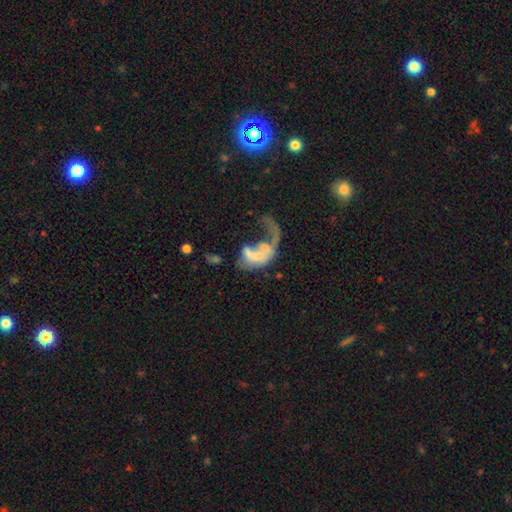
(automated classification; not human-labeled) Smooth or featured? featured or disk (58%)
Edge-on disk? no (97%)
Bar? no (71%)
Spiral arms? no (61%)
Bulge size? none (38%)
Merging? major disturbance (46%)